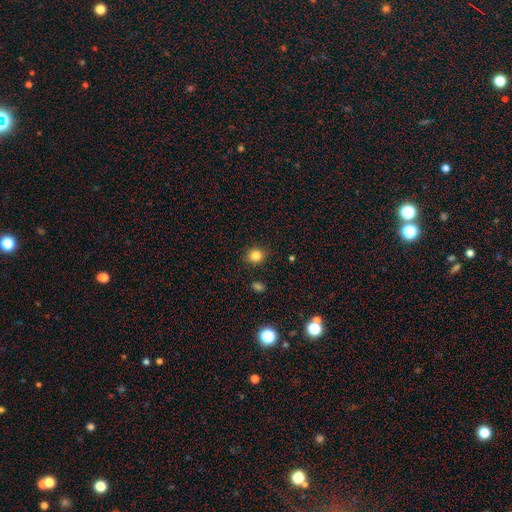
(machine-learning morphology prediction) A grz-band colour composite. It shows a smooth galaxy with no disk features (83%) that is round (77%). Merging: none (88%).